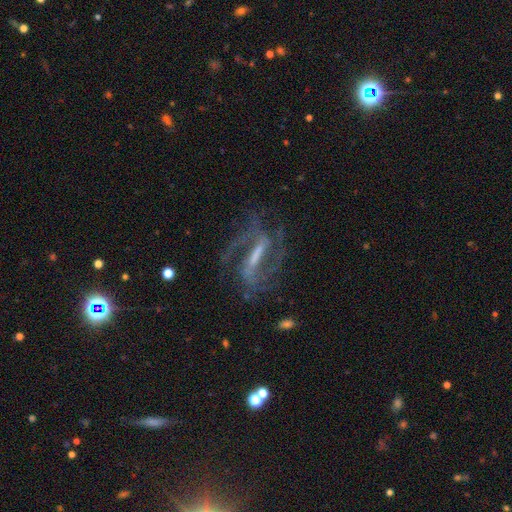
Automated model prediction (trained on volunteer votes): Smooth or featured? featured or disk (87%)
Edge-on disk? no (90%)
Bar? strong (67%)
Spiral arms? yes (94%)
Spiral winding? medium (54%)
Spiral arm count? 2 (76%)
Bulge size? small (33%)
Merging? none (67%)